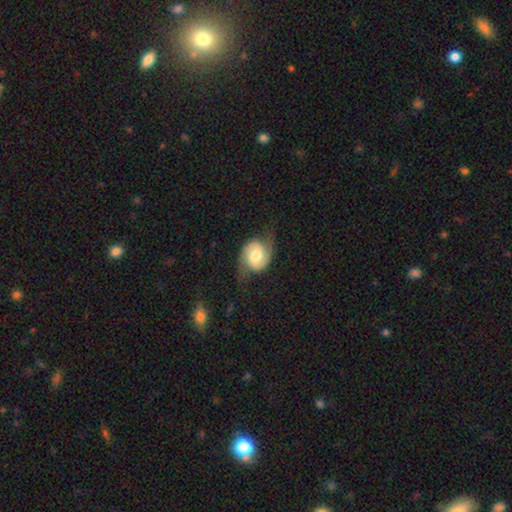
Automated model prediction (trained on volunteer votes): This is likely a featured or disk galaxy (76%). It is clearly not viewed edge-on (98%). Bar: possibly no (52%). Spiral arm pattern: clearly yes (95%). Spiral arm count: clearly 2 (91%). Spiral winding: possibly medium (46%). Central bulge: likely moderate (66%). Merging: likely none (67%).